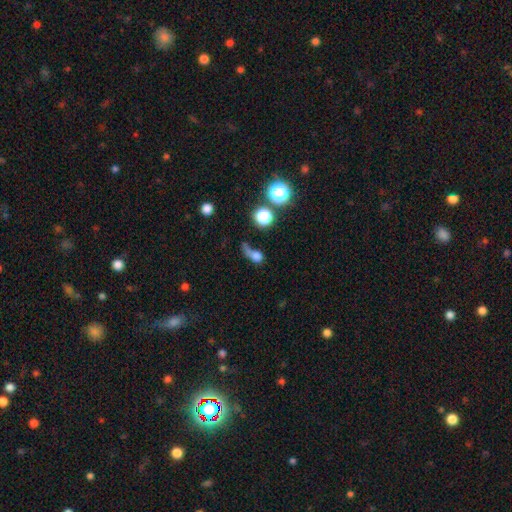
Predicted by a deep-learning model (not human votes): Smooth or featured: smooth — 64% (featured or disk — 19%)
How rounded: round — 49% (in between — 44%)
Merging: major disturbance — 38% (none — 26%)